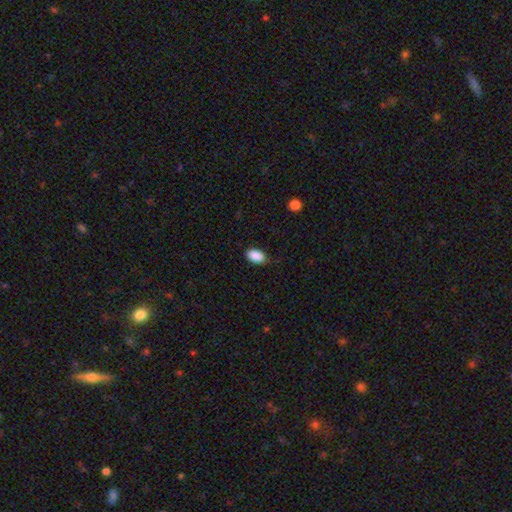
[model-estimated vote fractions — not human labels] Morphology: type=smooth (90%); roundness=in between (92%); merging=none (83%).